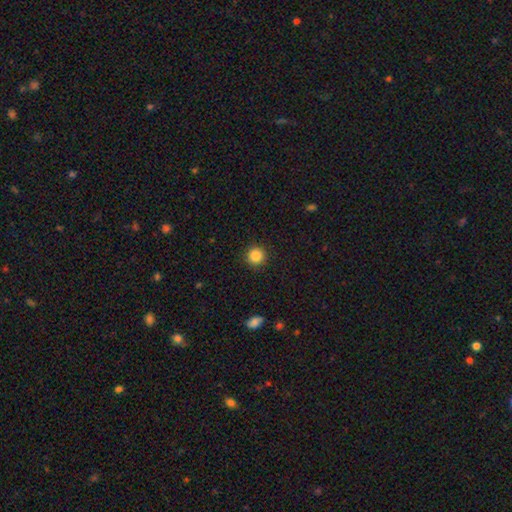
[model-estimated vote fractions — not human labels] smooth-or-featured: smooth: 86% | star or artifact: 10% | featured or disk: 4%
  how-rounded: round: 95% | in between: 4% | cigar-shaped: 1%
  merging: none: 92% | minor disturbance: 5% | major disturbance: 2% | merger: 1%